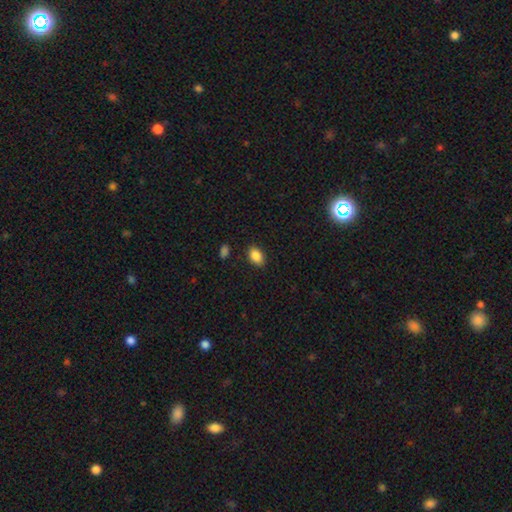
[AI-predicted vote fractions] Smooth or featured? smooth (87%)
How rounded? in between (86%)
Merging? none (86%)